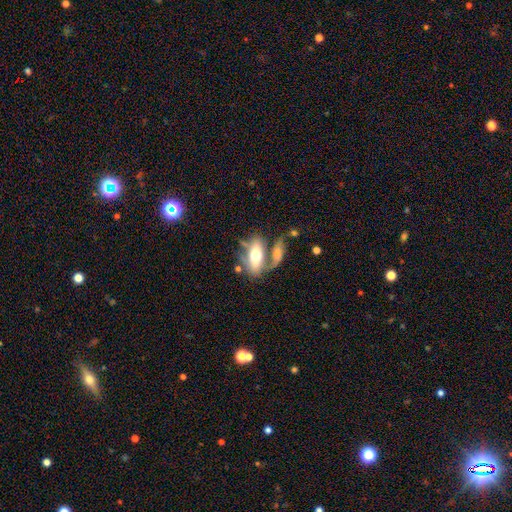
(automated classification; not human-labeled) Smooth or featured: smooth — 49% (featured or disk — 44%)
Merging: none — 36% (merger — 33%)